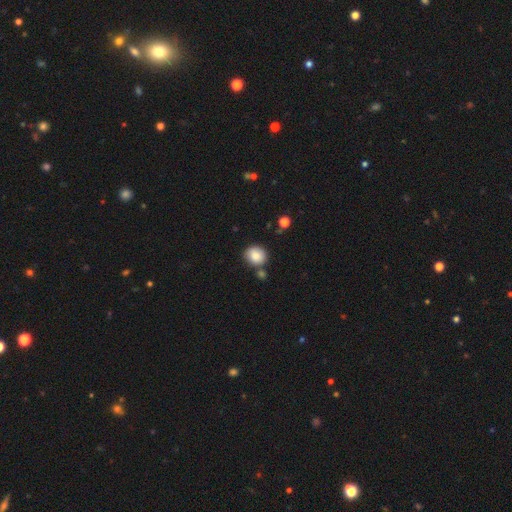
A smooth galaxy with no disk features (95%) that is round (89%).

Vote fractions:
- Smooth or featured? smooth: 95% / featured or disk: 3% / star or artifact: 3%
- How rounded? round: 89% / in between: 11% / cigar-shaped: 0%
- Merging? none: 70% / merger: 14% / minor disturbance: 8% / major disturbance: 8%